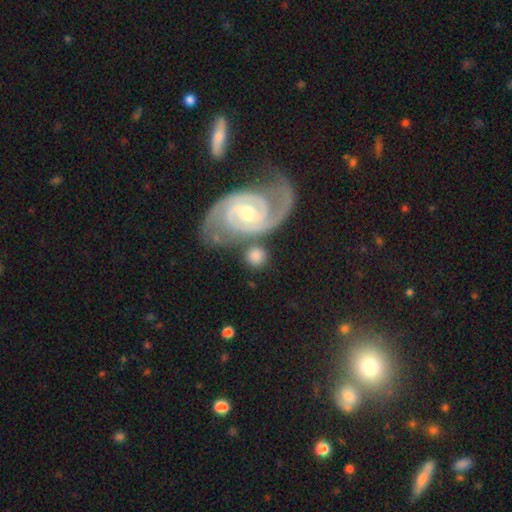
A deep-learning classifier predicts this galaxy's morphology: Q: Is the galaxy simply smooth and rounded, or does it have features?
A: smooth — 55%.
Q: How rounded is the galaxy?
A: round — 78%.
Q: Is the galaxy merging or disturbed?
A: none — 67%.